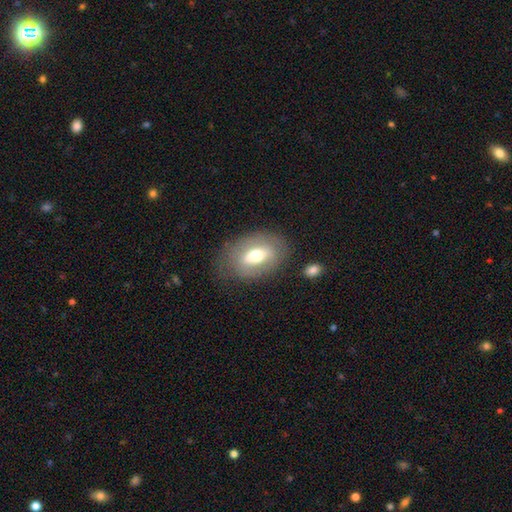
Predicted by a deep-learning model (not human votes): Smooth or featured? Predicted: smooth (p=0.54). How rounded? Predicted: in between (p=0.85). Merging? Predicted: none (p=0.71).